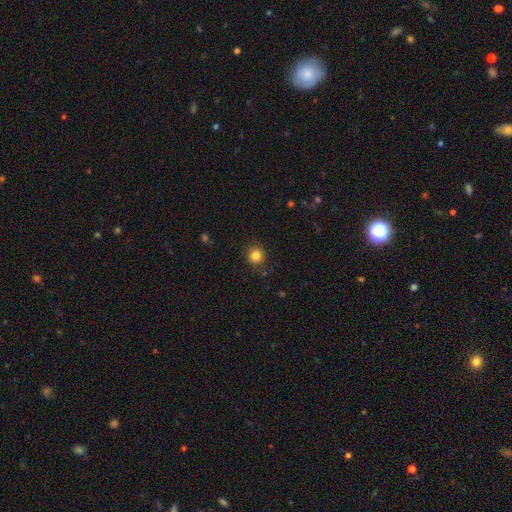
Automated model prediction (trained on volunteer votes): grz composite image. It shows a smooth galaxy with no disk features (83%) that is round (92%). Merging: none (88%).